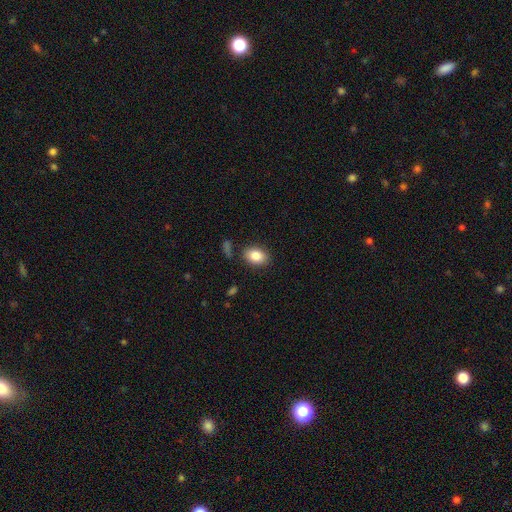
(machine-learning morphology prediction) The model was most divided on "how rounded": in between: 77%, round: 22%, cigar-shaped: 1%. More confident: smooth or featured — smooth (84%); merging — none (83%).